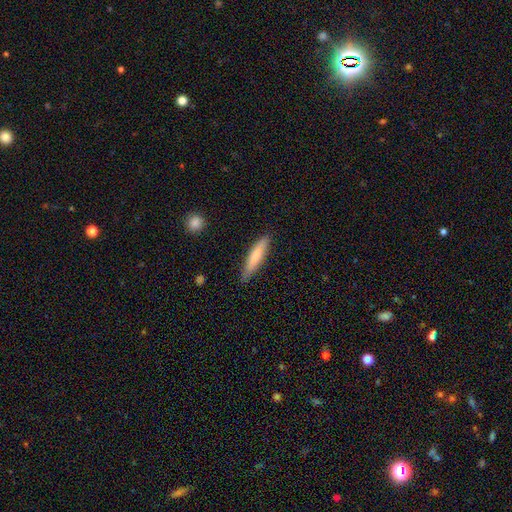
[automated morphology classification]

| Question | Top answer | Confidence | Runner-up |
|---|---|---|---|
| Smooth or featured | smooth | 69% | featured or disk (25%) |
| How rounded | cigar-shaped | 86% | in between (12%) |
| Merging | none | 83% | minor disturbance (13%) |